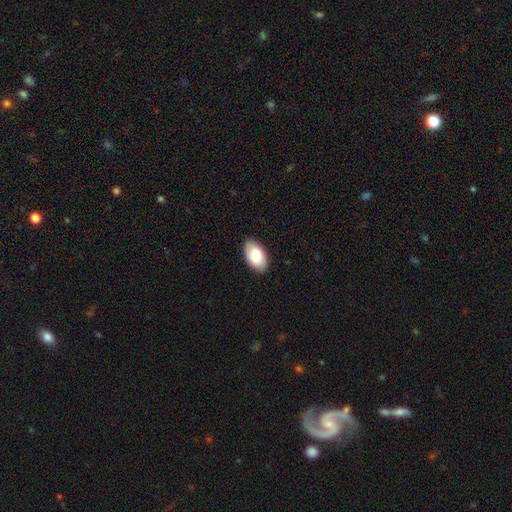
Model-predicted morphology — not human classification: This appears to be a smooth galaxy with no disk features (83%) that is in between round and cigar-shaped (95%). Merging: none (87%).